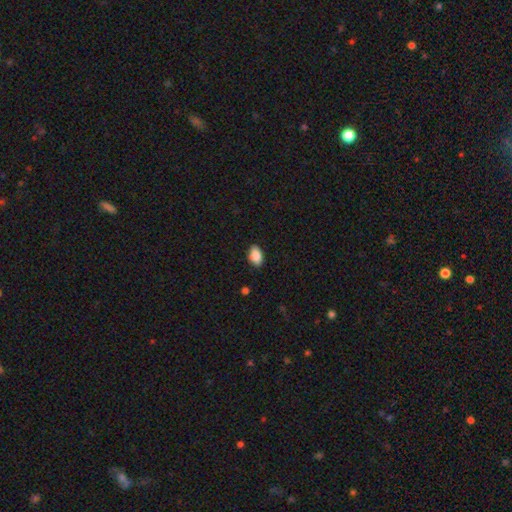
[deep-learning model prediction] Overall: smooth (88%). How rounded: in between (90%). Merging: none (81%).